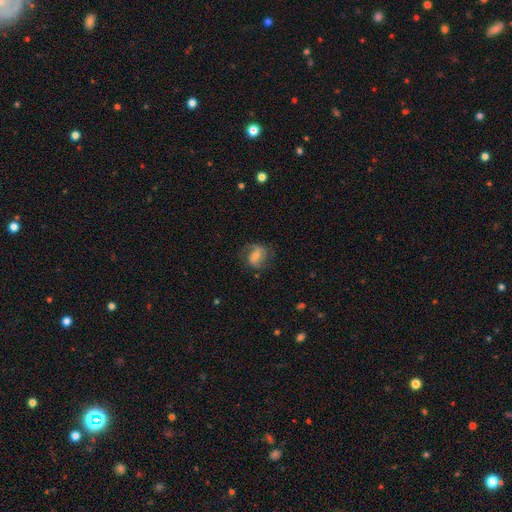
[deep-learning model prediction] smooth_or_featured: featured or disk (p=0.63) [alt: smooth p=0.29]
disk_edge_on: no (p=0.97) [alt: yes p=0.03]
bar: weak (p=0.45) [alt: no p=0.36]
has_spiral_arms: yes (p=0.88) [alt: no p=0.12]
spiral_winding: medium (p=0.48) [alt: loose p=0.30]
spiral_arm_count: 2 (p=0.75) [alt: can't tell p=0.10]
bulge_size: small (p=0.49) [alt: moderate p=0.40]
merging: none (p=0.64) [alt: minor disturbance p=0.20]